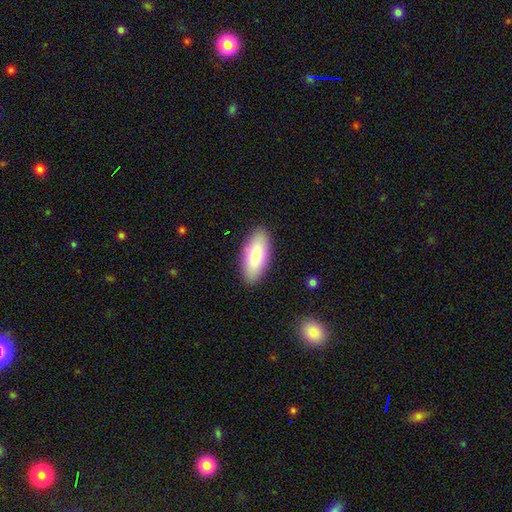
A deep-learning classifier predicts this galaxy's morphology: A smooth galaxy with no disk features (79%) that is in between round and cigar-shaped (89%).

Vote fractions:
- Smooth or featured? smooth: 79% / featured or disk: 15% / star or artifact: 6%
- How rounded? in between: 89% / cigar-shaped: 9% / round: 2%
- Merging? none: 88% / minor disturbance: 9% / major disturbance: 2% / merger: 1%